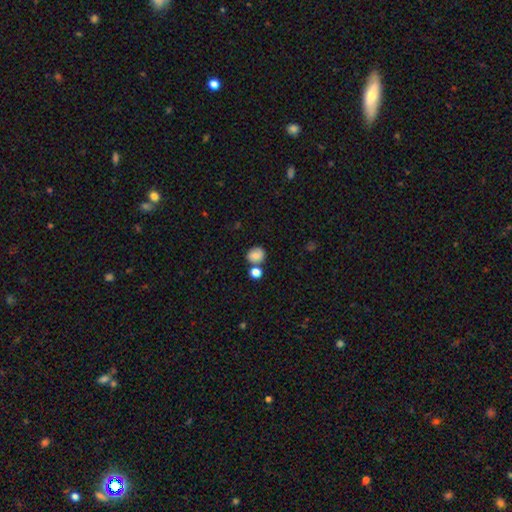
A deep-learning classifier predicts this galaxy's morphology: type=smooth (80%); roundness=round (73%); merging=none (63%).